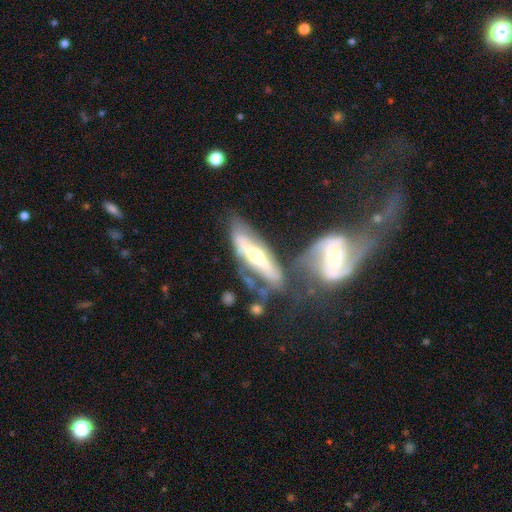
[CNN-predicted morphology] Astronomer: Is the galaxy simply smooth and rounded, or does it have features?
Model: featured or disk — 73%.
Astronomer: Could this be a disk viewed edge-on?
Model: no — 51% (runner-up: yes, 49%).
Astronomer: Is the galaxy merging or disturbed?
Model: merger — 38% (runner-up: none, 30%).